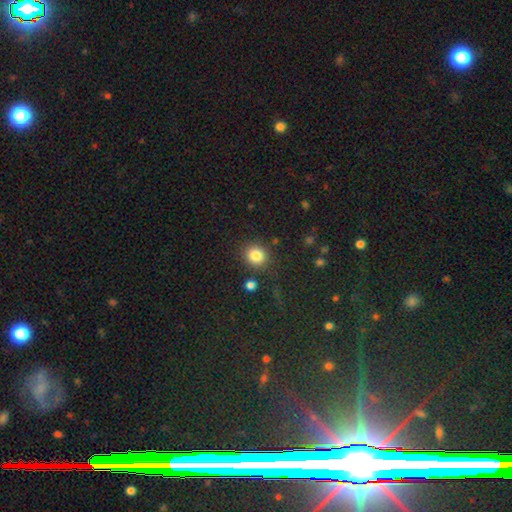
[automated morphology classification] This is clearly a smooth galaxy (84%). How rounded: clearly round (82%). Merging: clearly none (84%).